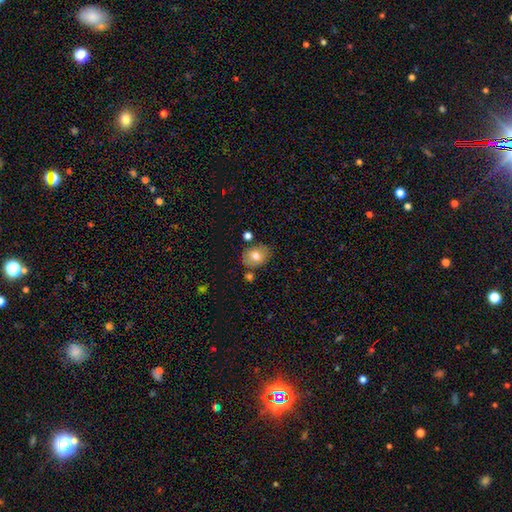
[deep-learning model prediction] This is likely a smooth galaxy (73%). How rounded: possibly in between (56%). Merging: likely none (74%).